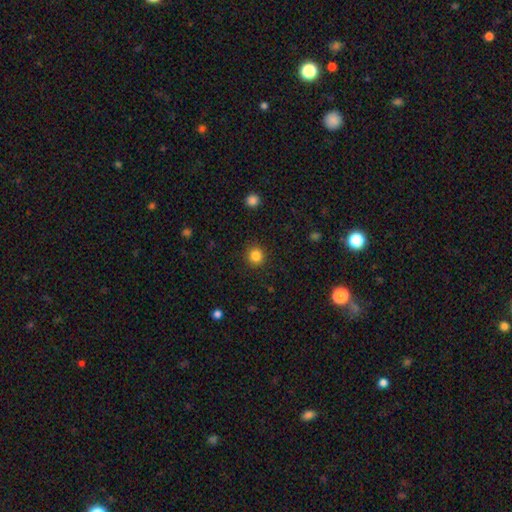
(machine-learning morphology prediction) Overall: smooth (84%). How rounded: round (92%). Merging: none (91%).